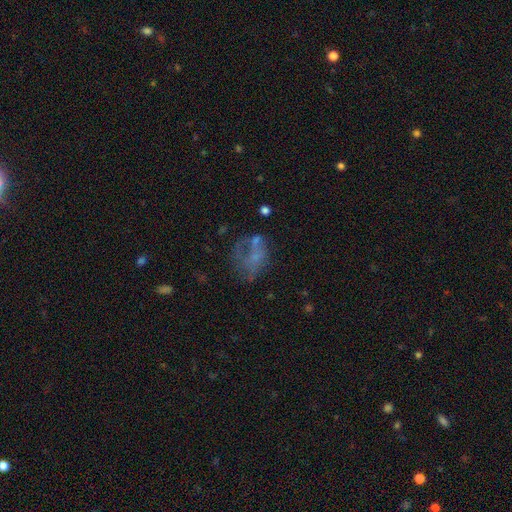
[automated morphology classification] The model was most divided on "merging": major disturbance: 37%, none: 33%, minor disturbance: 19%, merger: 11%. Remaining: smooth or featured — featured or disk (47%).